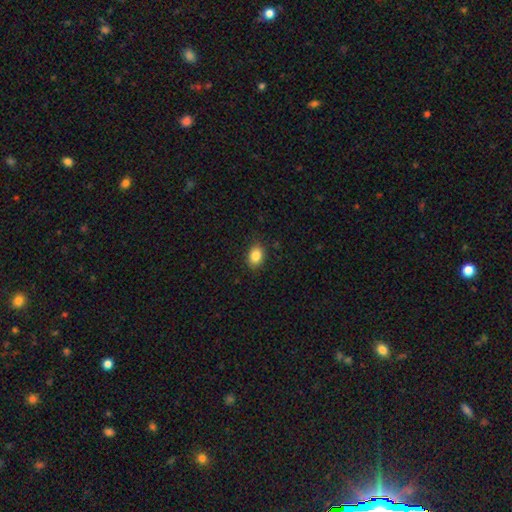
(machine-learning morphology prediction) Smooth or featured? Predicted: smooth (p=0.85). How rounded? Predicted: in between (p=0.70). Merging? Predicted: none (p=0.86).